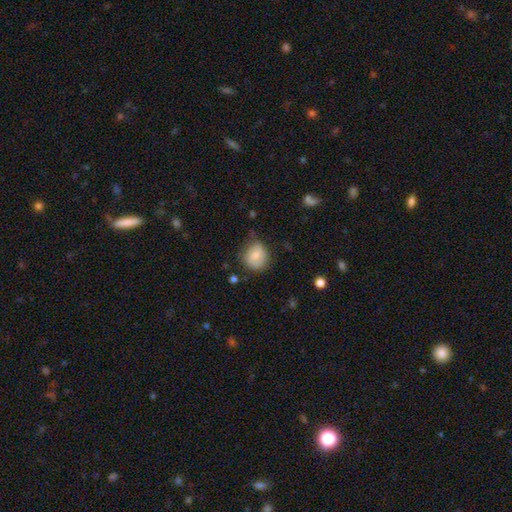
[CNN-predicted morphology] smooth_or_featured: smooth (p=0.71) [alt: featured or disk p=0.22]
how_rounded: round (p=0.74) [alt: in between p=0.25]
merging: none (p=0.63) [alt: minor disturbance p=0.27]